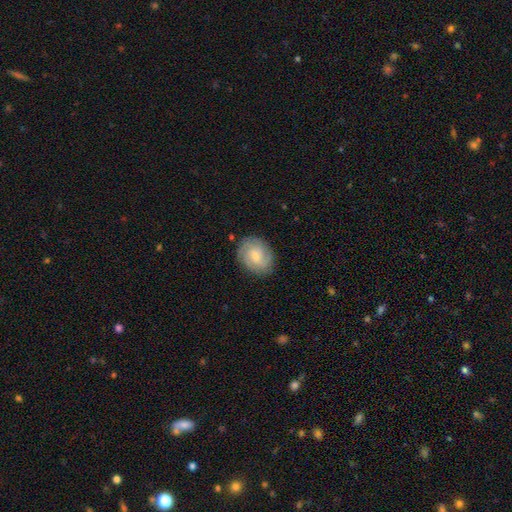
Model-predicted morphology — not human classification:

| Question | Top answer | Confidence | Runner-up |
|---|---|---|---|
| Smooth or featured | featured or disk | 54% | smooth (40%) |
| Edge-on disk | no | 97% | yes (3%) |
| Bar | no | 48% | weak (46%) |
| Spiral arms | yes | 89% | no (11%) |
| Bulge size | small | 47% | moderate (42%) |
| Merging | none | 82% | minor disturbance (13%) |